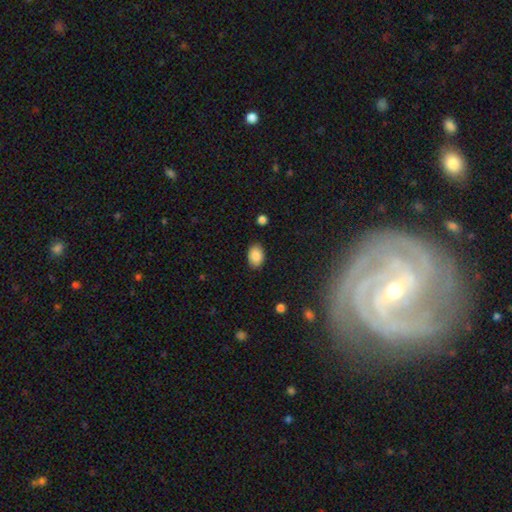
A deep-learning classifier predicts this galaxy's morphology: This is clearly a smooth galaxy (88%). How rounded: clearly in between (81%). Merging: clearly none (86%).